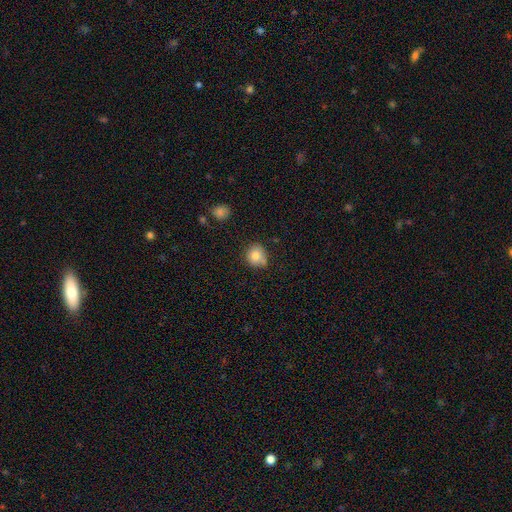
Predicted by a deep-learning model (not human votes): Smooth or featured: smooth — 80% (star or artifact — 10%)
How rounded: round — 81% (in between — 18%)
Merging: none — 68% (minor disturbance — 24%)